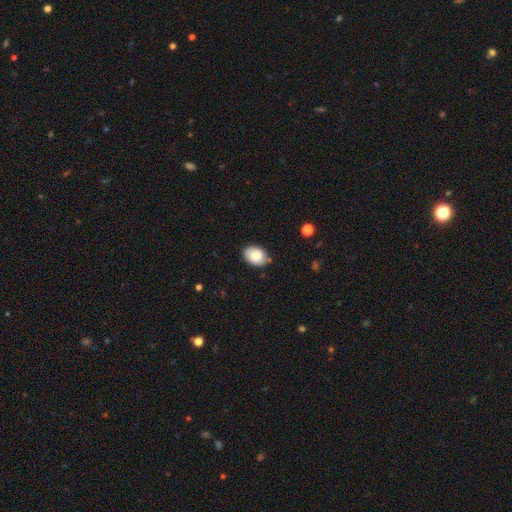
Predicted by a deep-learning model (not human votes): Overall: smooth (83%). How rounded: in between (76%). Merging: none (76%).